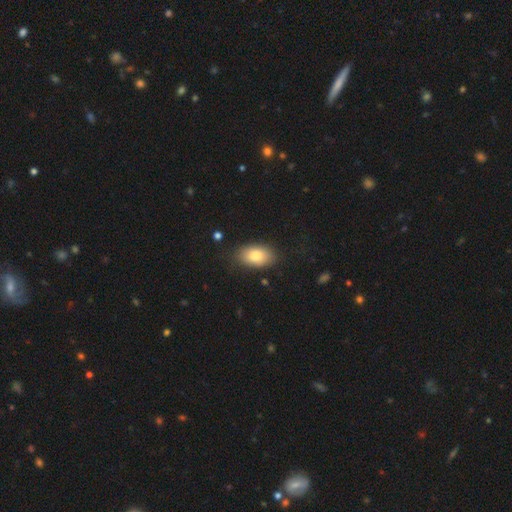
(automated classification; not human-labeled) Smooth or featured? Predicted: smooth (p=0.82). How rounded? Predicted: in between (p=0.90). Merging? Predicted: none (p=0.82).